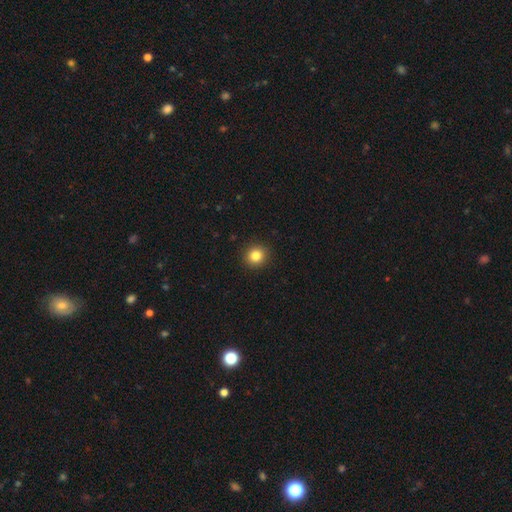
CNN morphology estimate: A smooth galaxy with no disk features (83%) that is round (90%).

Vote fractions:
- Smooth or featured? smooth: 83% / star or artifact: 11% / featured or disk: 6%
- How rounded? round: 90% / in between: 9% / cigar-shaped: 1%
- Merging? none: 92% / minor disturbance: 5% / major disturbance: 2% / merger: 1%